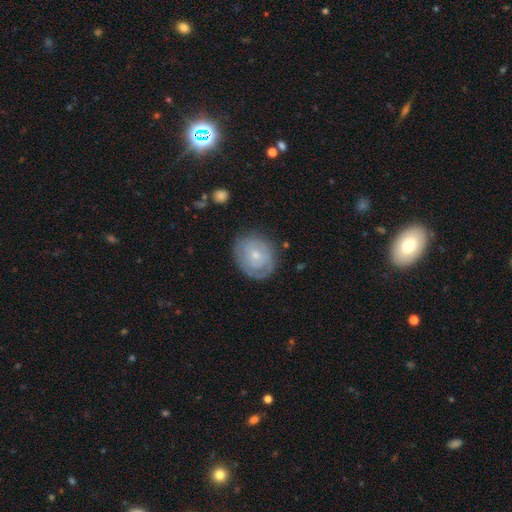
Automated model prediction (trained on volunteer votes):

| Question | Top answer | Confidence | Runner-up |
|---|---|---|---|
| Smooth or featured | featured or disk | 57% | smooth (36%) |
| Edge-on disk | no | 97% | yes (3%) |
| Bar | no | 82% | weak (16%) |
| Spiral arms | yes | 69% | no (31%) |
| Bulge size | small | 66% | moderate (29%) |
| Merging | none | 73% | minor disturbance (20%) |